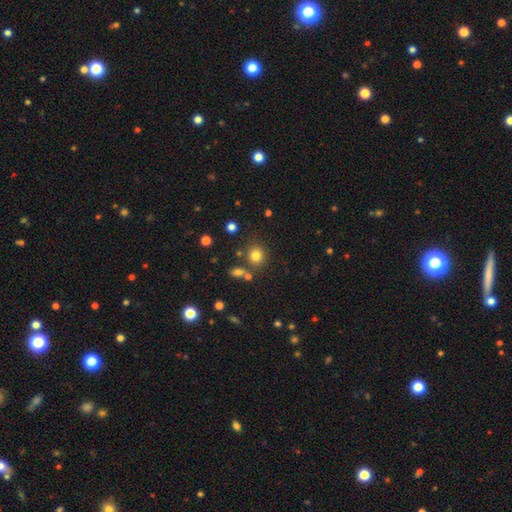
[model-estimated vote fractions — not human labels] The model was most divided on "how rounded": round: 81%, in between: 18%, cigar-shaped: 1%. More confident: smooth or featured — smooth (79%); merging — none (75%).